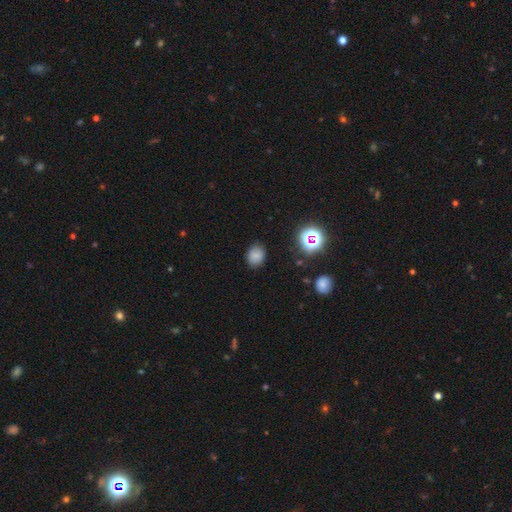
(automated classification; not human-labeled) This is likely a smooth galaxy (77%). How rounded: possibly round (55%). Merging: clearly none (82%).